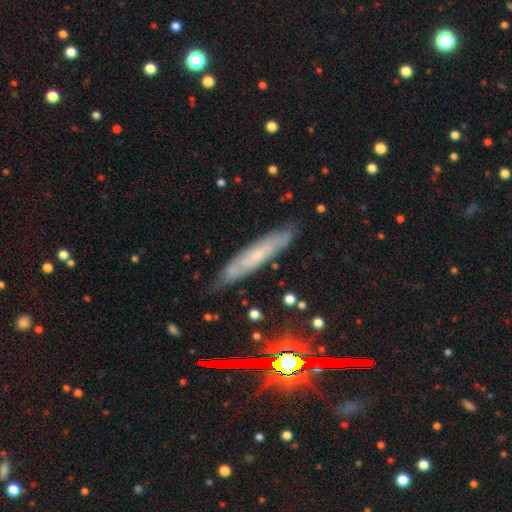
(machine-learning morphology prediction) Smooth or featured: featured or disk — 50% (smooth — 37%)
Merging: none — 80% (minor disturbance — 15%)